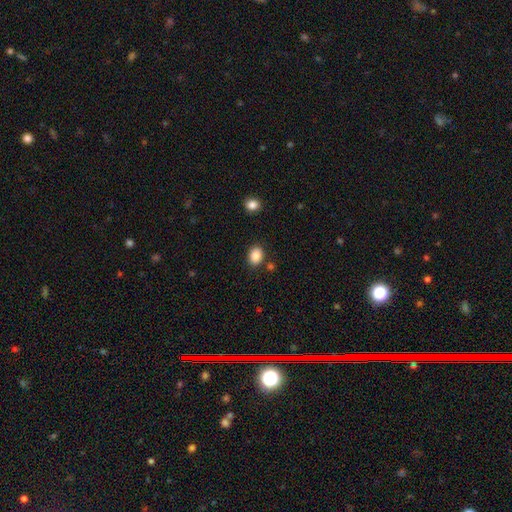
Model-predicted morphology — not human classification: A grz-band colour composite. It shows a smooth galaxy with no disk features (87%) that is in between round and cigar-shaped (63%). Merging: none (83%).